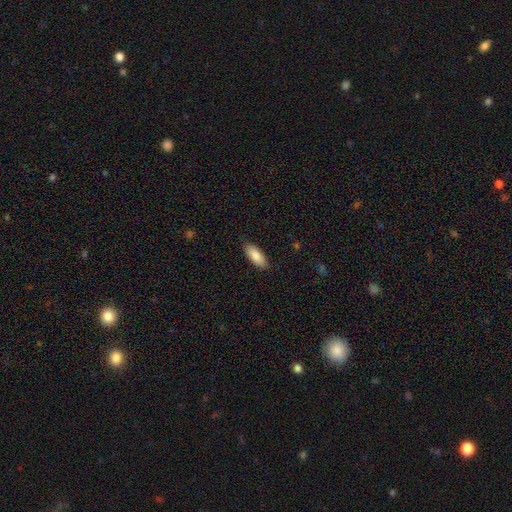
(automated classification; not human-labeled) smooth 86%, featured or disk 8%, star or artifact 6%. Down the decision tree: how rounded — in between (81%); merging — none (86%).